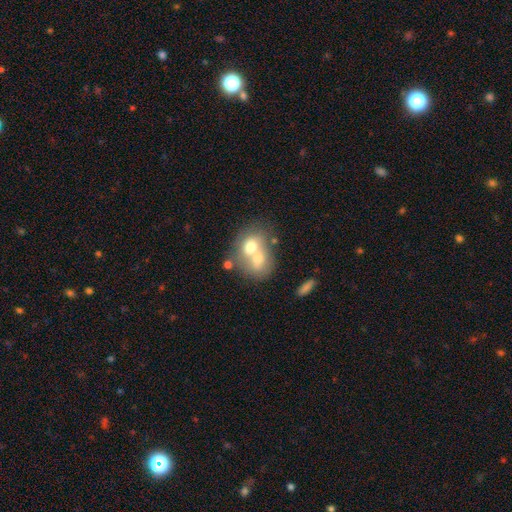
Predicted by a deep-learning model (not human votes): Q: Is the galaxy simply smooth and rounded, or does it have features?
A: smooth — 62%.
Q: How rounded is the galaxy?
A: round — 51%.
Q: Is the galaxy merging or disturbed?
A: merger — 66%.